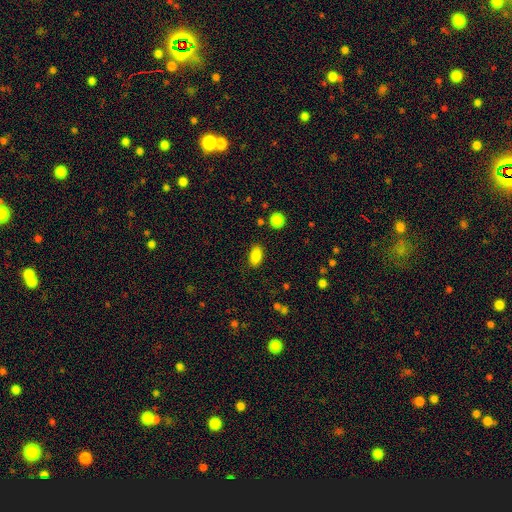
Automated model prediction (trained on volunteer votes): This appears to be a smooth galaxy with no disk features (87%) that is in between round and cigar-shaped (90%). Merging: none (86%).